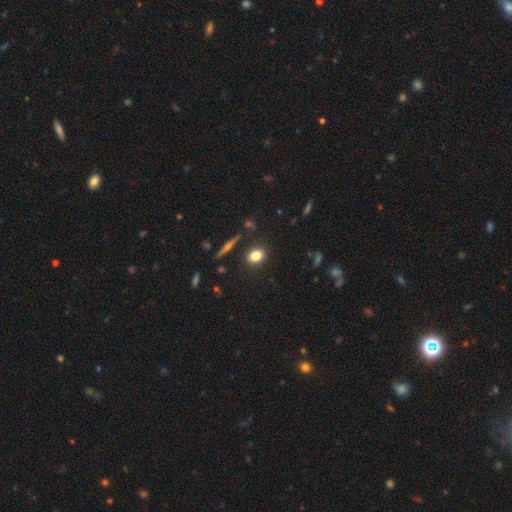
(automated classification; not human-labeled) Morphology: type=smooth (80%); roundness=round (53%); merging=none (86%).